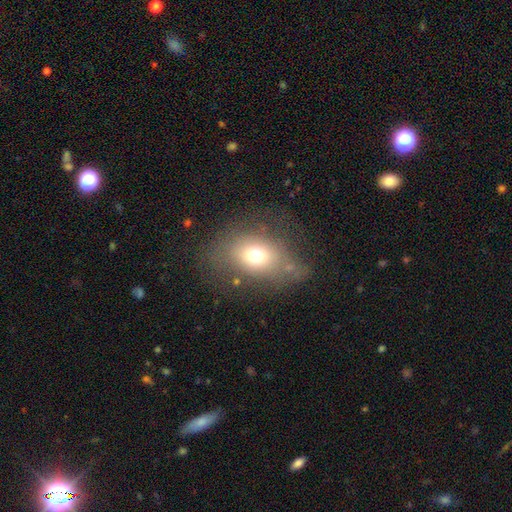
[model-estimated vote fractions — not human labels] A smooth galaxy with no disk features (68%) that is in between round and cigar-shaped (62%).

Vote fractions:
- Smooth or featured? smooth: 68% / featured or disk: 18% / star or artifact: 14%
- How rounded? in between: 62% / round: 37% / cigar-shaped: 2%
- Merging? none: 59% / minor disturbance: 20% / major disturbance: 17% / merger: 4%